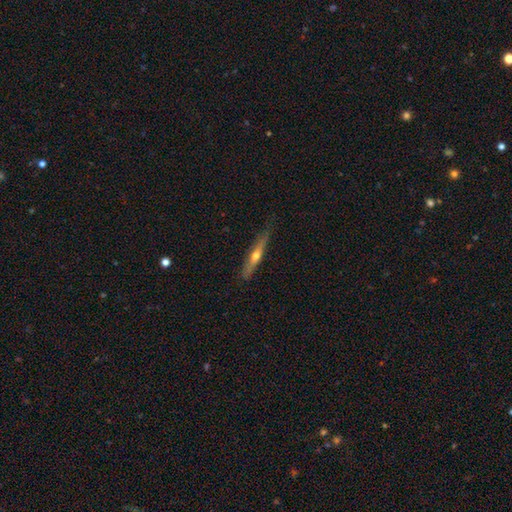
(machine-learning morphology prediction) Overall: featured or disk (52%; smooth 42%). Edge-on disk: yes (92%). Merging: none (81%).